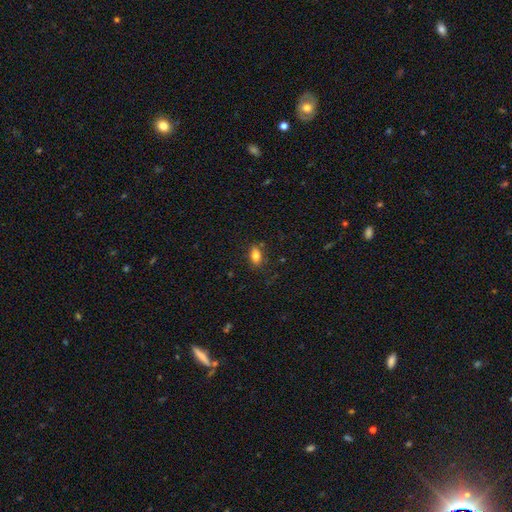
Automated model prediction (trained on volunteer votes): A smooth galaxy with no disk features (79%) that is in between round and cigar-shaped (84%).

Vote fractions:
- Smooth or featured? smooth: 79% / featured or disk: 11% / star or artifact: 9%
- How rounded? in between: 84% / round: 9% / cigar-shaped: 7%
- Merging? none: 81% / minor disturbance: 14% / major disturbance: 3% / merger: 2%